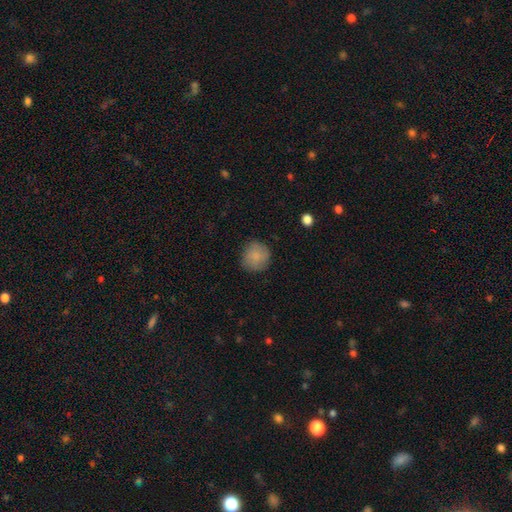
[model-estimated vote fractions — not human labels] smooth_or_featured: smooth (p=0.86) [alt: star or artifact p=0.07]
how_rounded: round (p=0.91) [alt: in between p=0.08]
merging: none (p=0.83) [alt: minor disturbance p=0.13]